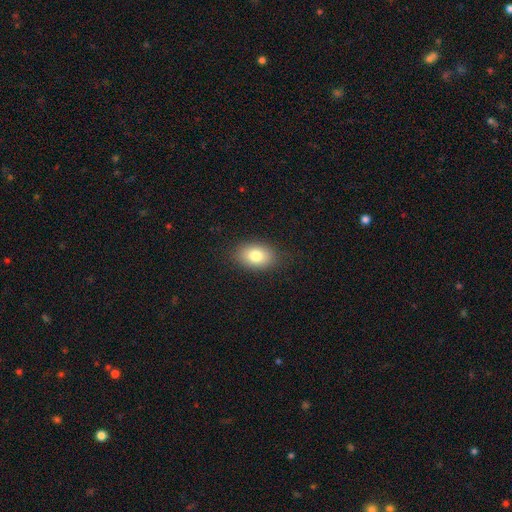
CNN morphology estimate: A smooth galaxy with no disk features (81%) that is in between round and cigar-shaped (83%).

Vote fractions:
- Smooth or featured? smooth: 81% / featured or disk: 10% / star or artifact: 9%
- How rounded? in between: 83% / round: 15% / cigar-shaped: 1%
- Merging? none: 85% / minor disturbance: 11% / major disturbance: 3% / merger: 1%